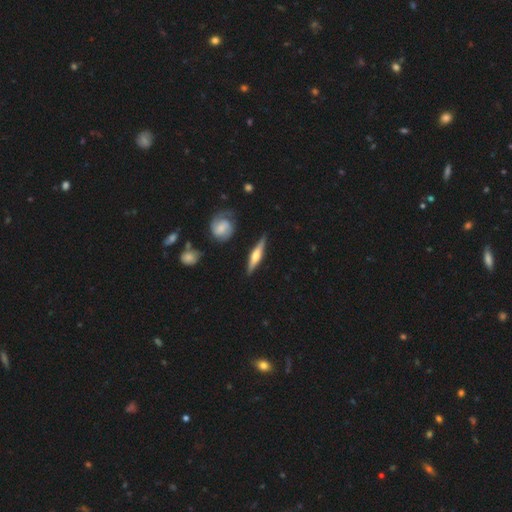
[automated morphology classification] Smooth or featured? Predicted: featured or disk (p=0.68). Edge-on disk? Predicted: yes (p=0.94). Edge-on bulge? Predicted: rounded (p=0.90). Merging? Predicted: none (p=0.85).